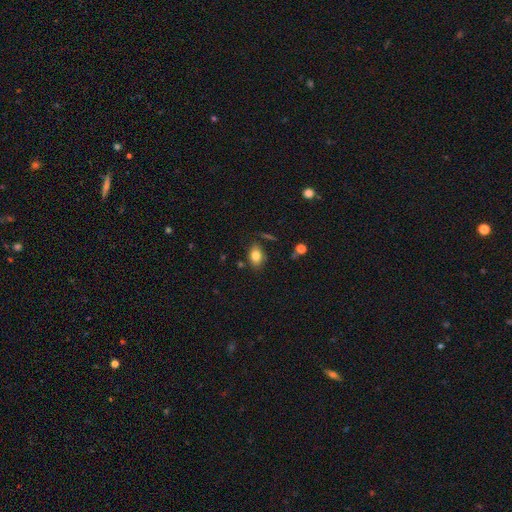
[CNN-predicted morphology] This appears to be a smooth galaxy with no disk features (81%) that is in between round and cigar-shaped (83%). Merging: none (78%).